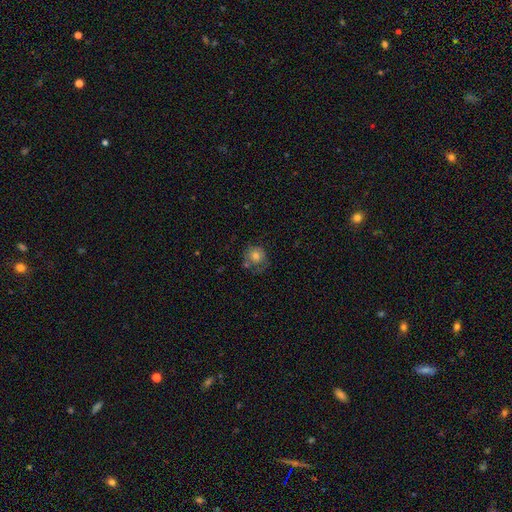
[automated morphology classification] A smooth galaxy with no disk features (63%) that is round (86%). Merging: none (51%).